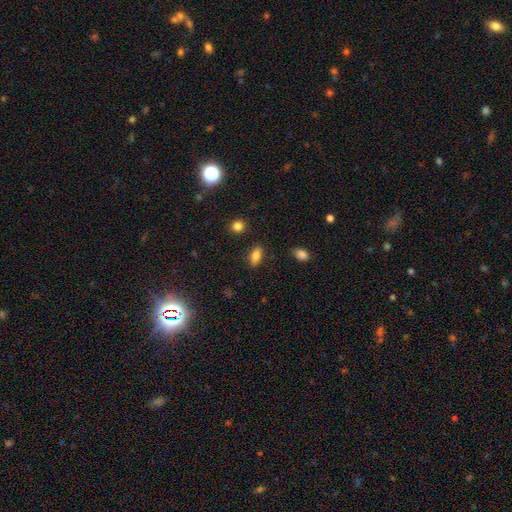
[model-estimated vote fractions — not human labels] Overall: smooth (82%). How rounded: in between (84%). Merging: none (85%).